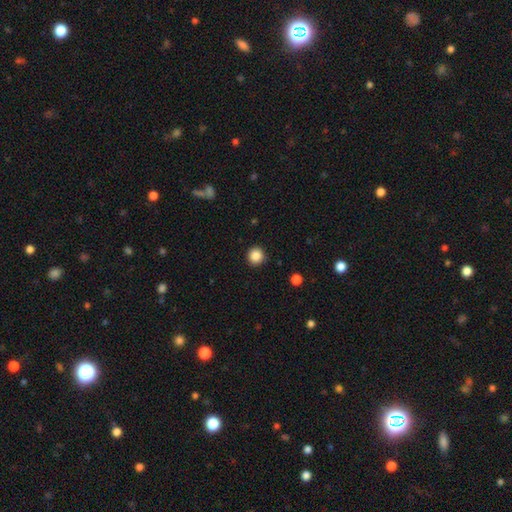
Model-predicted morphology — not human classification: Q: Smooth or featured?
A: smooth (86%); runner-up: star or artifact (10%)
Q: How rounded?
A: round (95%); runner-up: in between (4%)
Q: Merging?
A: none (92%); runner-up: minor disturbance (5%)